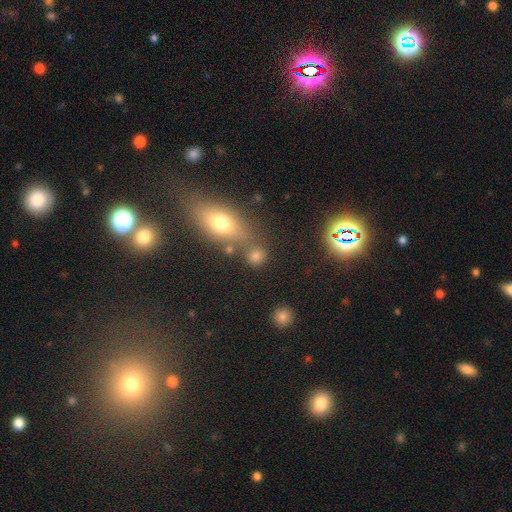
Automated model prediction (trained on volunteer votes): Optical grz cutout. It shows a smooth galaxy with no disk features (74%) that is round (73%). Merging: none (69%).